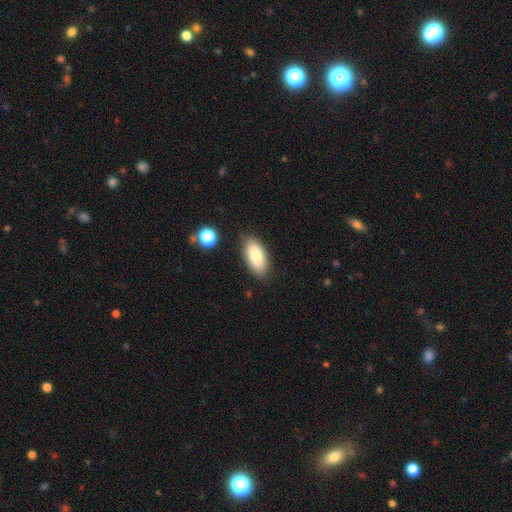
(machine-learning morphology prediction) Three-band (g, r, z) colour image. It shows a smooth galaxy with no disk features (84%) that is in between round and cigar-shaped (87%). Merging: none (84%).